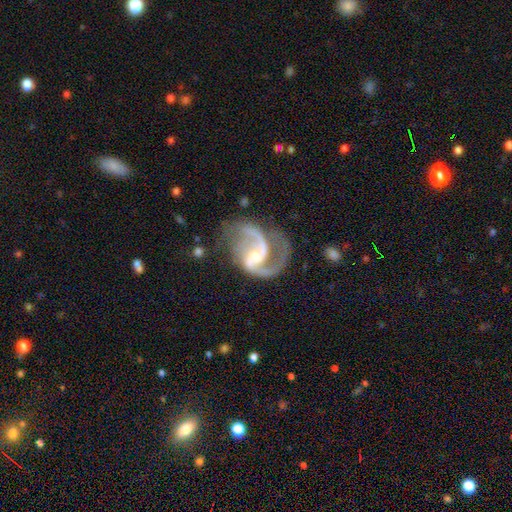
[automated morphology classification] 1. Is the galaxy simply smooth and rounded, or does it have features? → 93% featured or disk, 4% star or artifact, 3% smooth.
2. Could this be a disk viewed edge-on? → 98% no, 2% yes.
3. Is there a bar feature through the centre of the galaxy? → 50% weak, 30% no, 20% strong.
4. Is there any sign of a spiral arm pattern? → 98% yes, 2% no.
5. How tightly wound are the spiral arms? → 54% medium, 37% loose, 9% tight.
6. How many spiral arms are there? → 88% 2, 4% 1, 3% 3, 2% can't tell, 1% 4, 1% more than 4.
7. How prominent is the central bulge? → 52% small, 38% moderate, 6% none, 3% large, 1% dominant.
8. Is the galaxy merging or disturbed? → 58% none, 19% minor disturbance, 19% major disturbance, 3% merger.